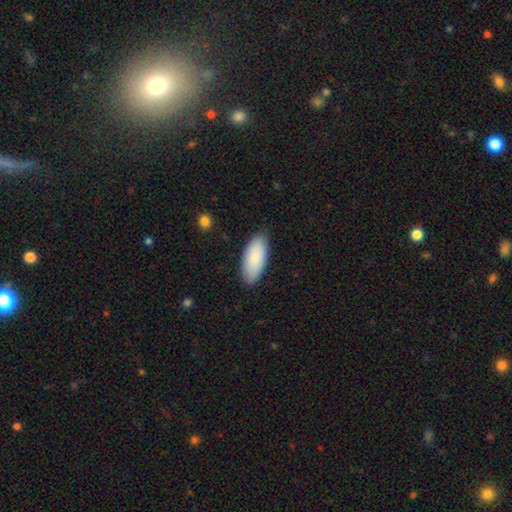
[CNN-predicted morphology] smooth_or_featured: smooth (p=0.85) [alt: featured or disk p=0.10]
how_rounded: in between (p=0.87) [alt: cigar-shaped p=0.11]
merging: none (p=0.82) [alt: minor disturbance p=0.14]